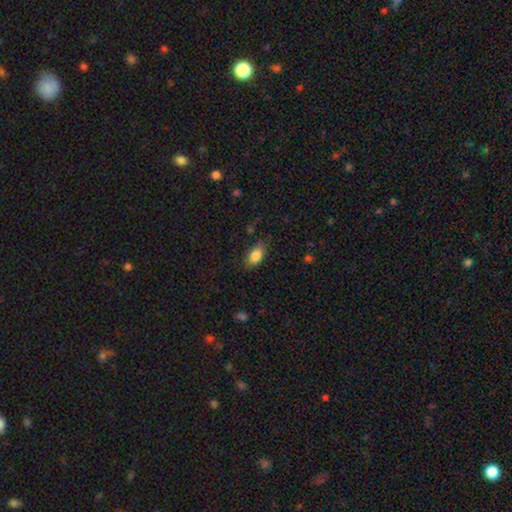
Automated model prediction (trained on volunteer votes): Smooth or featured? Predicted: smooth (p=0.83). How rounded? Predicted: in between (p=0.89). Merging? Predicted: none (p=0.75).